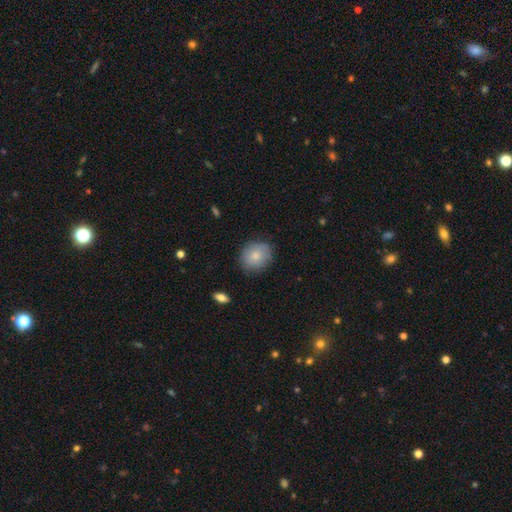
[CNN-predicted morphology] This appears to be a smooth galaxy with no disk features (81%) that is round (70%). Merging: none (82%).